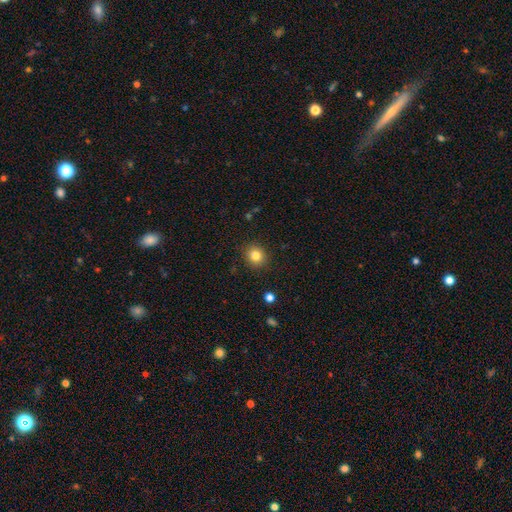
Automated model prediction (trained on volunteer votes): Smooth or featured: smooth — 82% (star or artifact — 11%)
How rounded: round — 86% (in between — 13%)
Merging: none — 90% (minor disturbance — 7%)